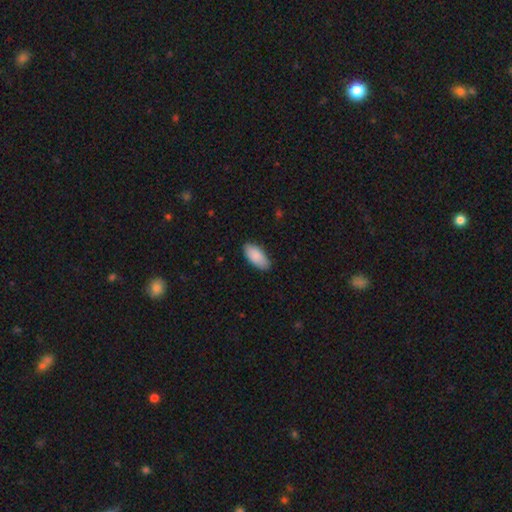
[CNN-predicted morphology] Smooth or featured: smooth — 89% (star or artifact — 6%)
How rounded: in between — 92% (cigar-shaped — 6%)
Merging: none — 84% (minor disturbance — 13%)